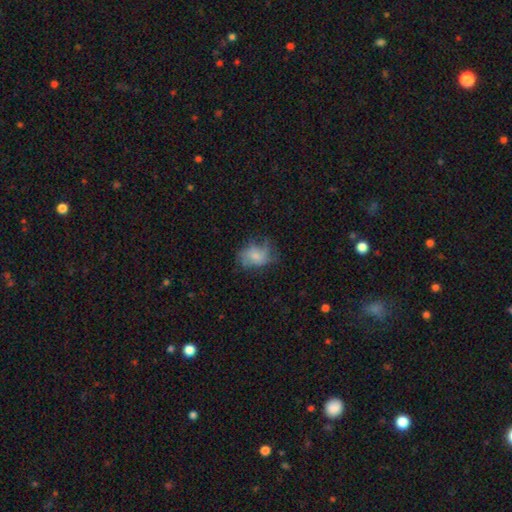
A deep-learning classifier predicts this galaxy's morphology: This appears to be a smooth galaxy with no disk features (46%). Merging: none (48%).